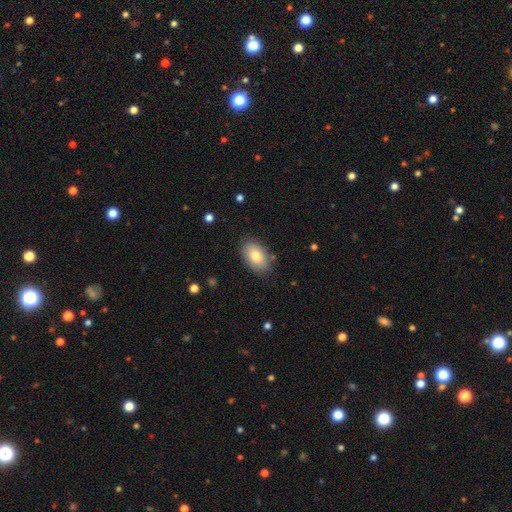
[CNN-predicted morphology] A smooth galaxy with no disk features (81%) that is in between round and cigar-shaped (92%).

Vote fractions:
- Smooth or featured? smooth: 81% / featured or disk: 12% / star or artifact: 7%
- How rounded? in between: 92% / round: 7% / cigar-shaped: 1%
- Merging? none: 84% / minor disturbance: 12% / major disturbance: 3% / merger: 2%